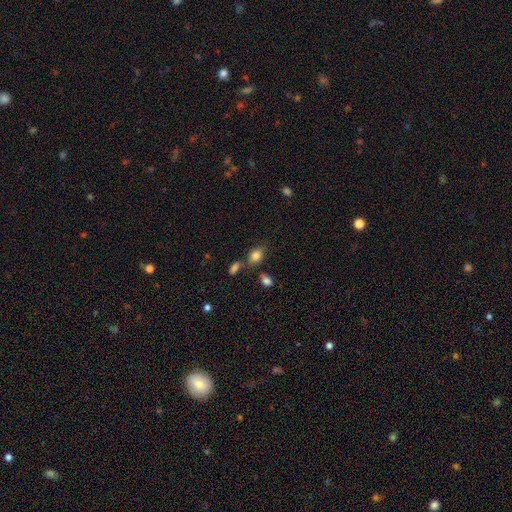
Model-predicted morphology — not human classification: type=smooth (81%); roundness=in between (68%); merging=none (55%).